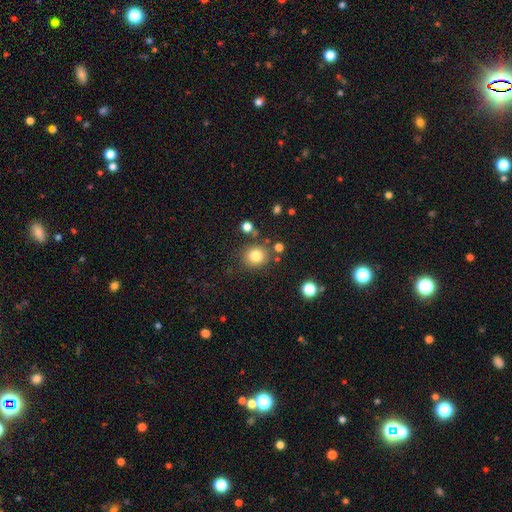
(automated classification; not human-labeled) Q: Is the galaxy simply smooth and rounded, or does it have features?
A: smooth — 81%.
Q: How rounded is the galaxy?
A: round — 82%.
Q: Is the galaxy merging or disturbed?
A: none — 81%.